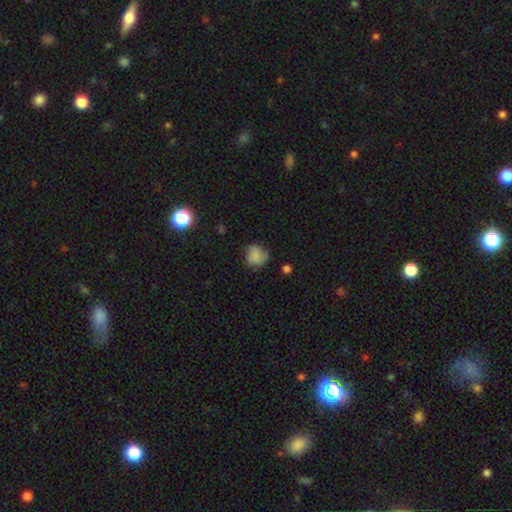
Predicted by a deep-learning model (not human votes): smooth 75%, featured or disk 15%, star or artifact 10%. Down the decision tree: how rounded — round (77%); merging — none (61%).